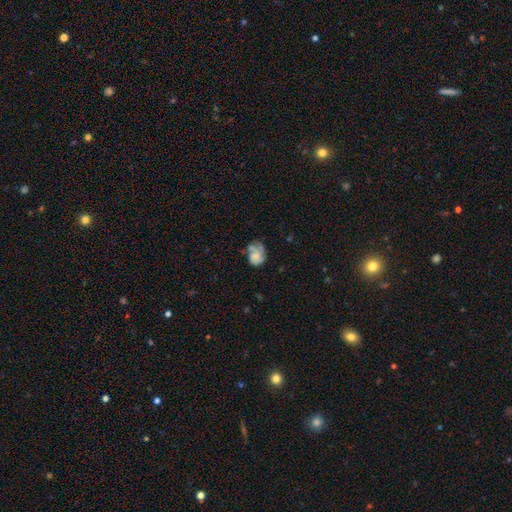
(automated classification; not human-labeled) A smooth galaxy with no disk features (46%). Merging: none (41%).